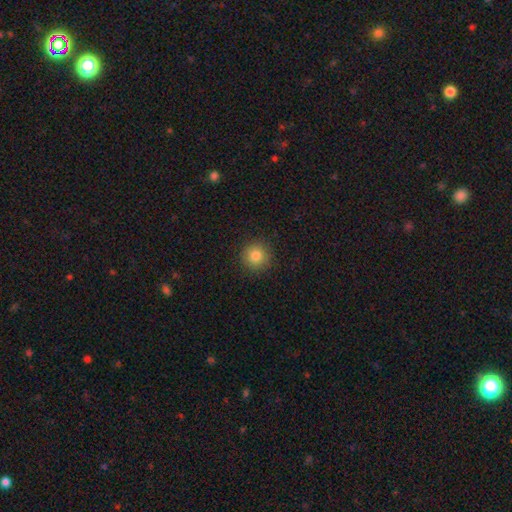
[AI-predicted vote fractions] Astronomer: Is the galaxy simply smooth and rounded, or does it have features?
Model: smooth — 83%.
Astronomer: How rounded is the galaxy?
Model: round — 94%.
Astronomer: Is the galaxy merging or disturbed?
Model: none — 90%.